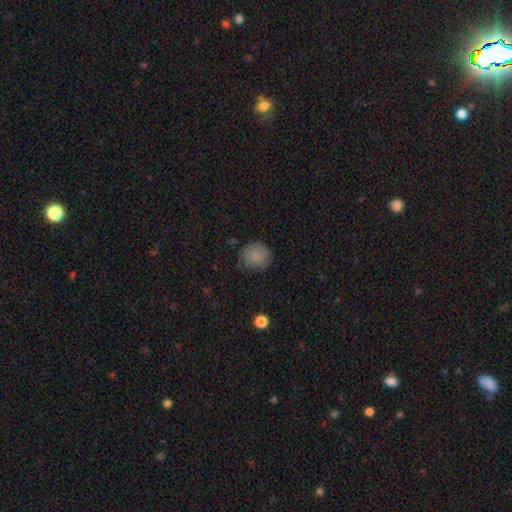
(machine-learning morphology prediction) Smooth or featured? smooth (83%)
How rounded? round (88%)
Merging? none (79%)